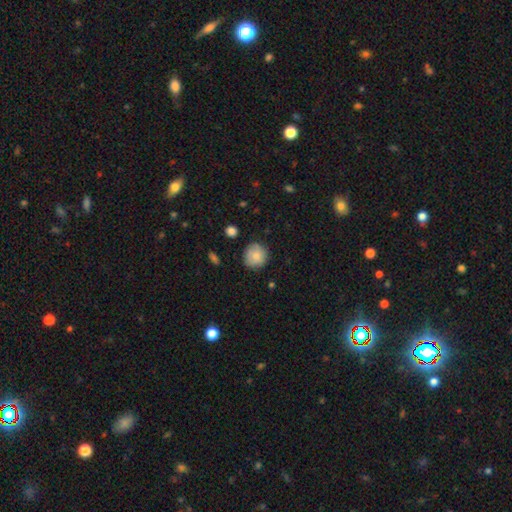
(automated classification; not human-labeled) This appears to be a smooth galaxy with no disk features (82%) that is round (89%). Merging: none (80%).